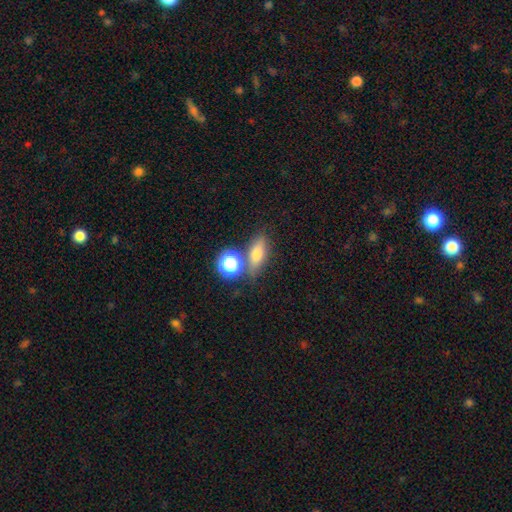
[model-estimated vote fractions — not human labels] This appears to be a smooth galaxy with no disk features (67%) that is in between round and cigar-shaped (59%). Merging: none (70%).